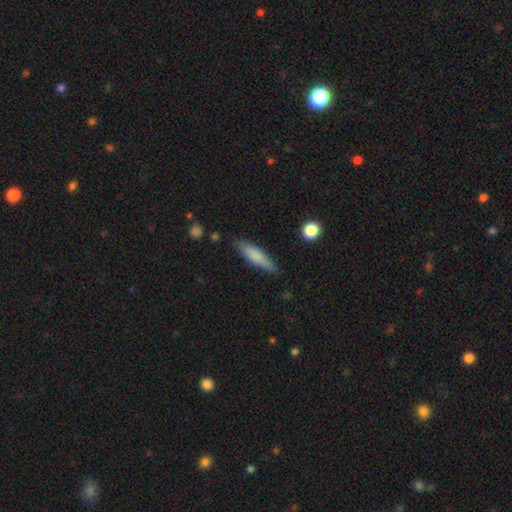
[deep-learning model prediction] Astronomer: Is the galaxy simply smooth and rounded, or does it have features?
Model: smooth — 74%.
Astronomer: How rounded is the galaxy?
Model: cigar-shaped — 75%.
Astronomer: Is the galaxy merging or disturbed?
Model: none — 82%.